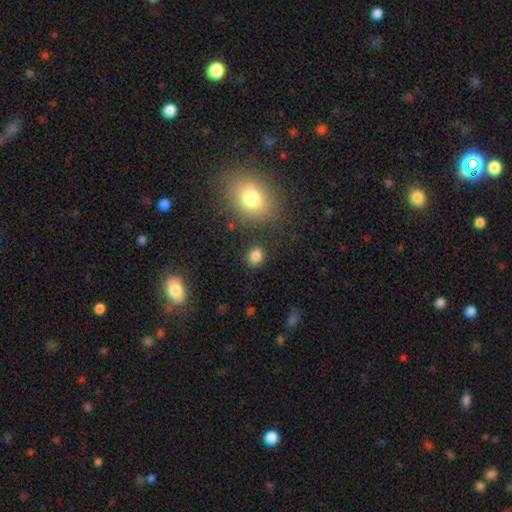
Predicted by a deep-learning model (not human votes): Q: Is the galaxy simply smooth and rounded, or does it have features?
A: smooth — 84%.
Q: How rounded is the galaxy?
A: round — 58%.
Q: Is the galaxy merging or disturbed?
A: none — 86%.